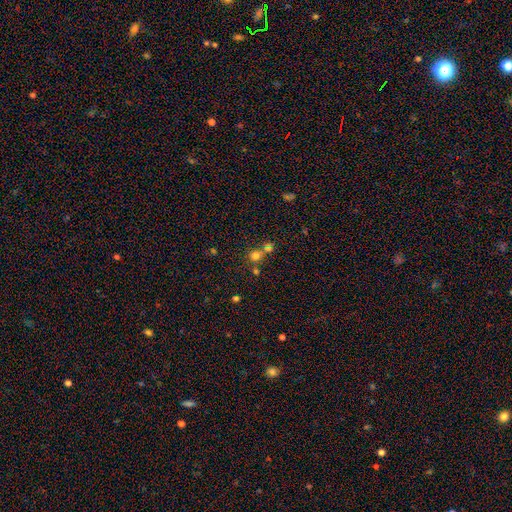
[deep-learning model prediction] This is likely a smooth galaxy (69%). How rounded: clearly round (88%). Merging: possibly none (51%).